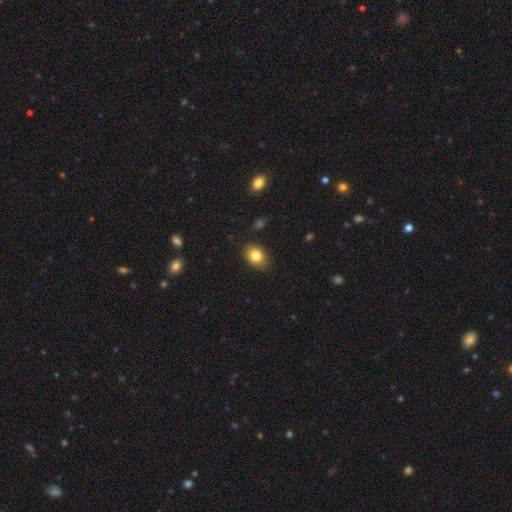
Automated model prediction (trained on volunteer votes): The model was most divided on "how rounded": in between: 71%, round: 28%, cigar-shaped: 1%. More confident: merging — none (85%); smooth or featured — smooth (82%).